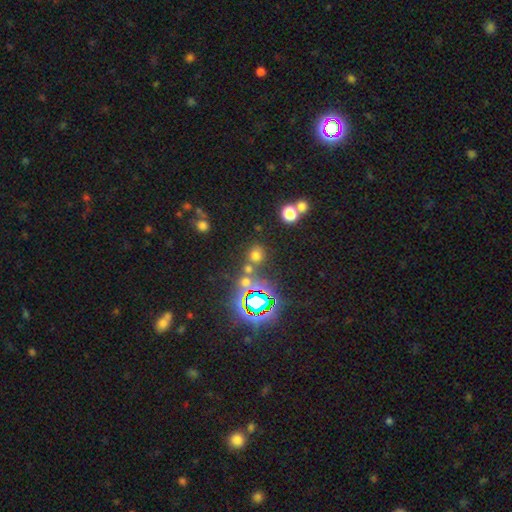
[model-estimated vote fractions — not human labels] Morphology: type=smooth (59%); roundness=round (83%); merging=none (70%).